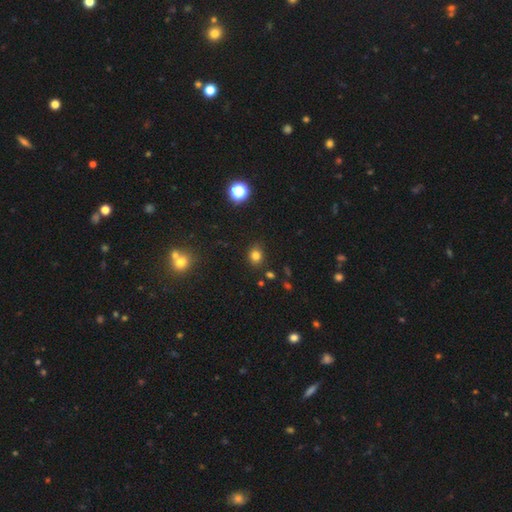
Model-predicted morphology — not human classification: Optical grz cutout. It shows a smooth galaxy with no disk features (79%) that is round (66%). Merging: none (83%).